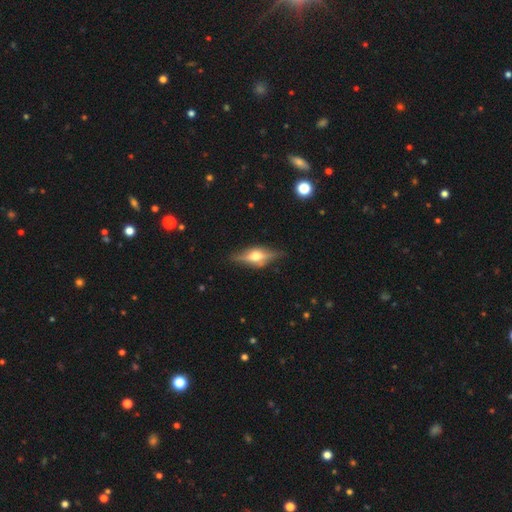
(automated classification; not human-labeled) Morphology: type=featured or disk (69%); edge-on=yes (93%); edge-on bulge=rounded (93%); merging=none (83%).